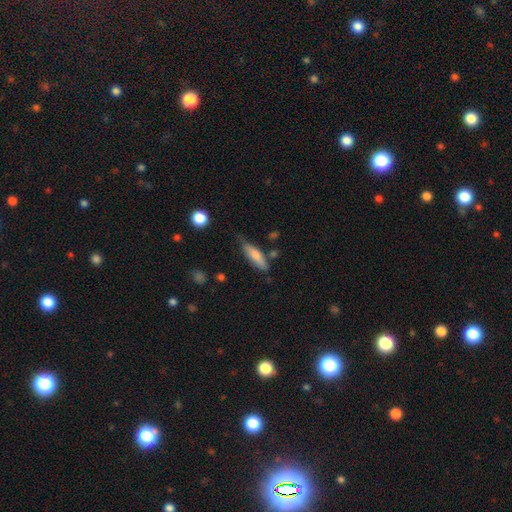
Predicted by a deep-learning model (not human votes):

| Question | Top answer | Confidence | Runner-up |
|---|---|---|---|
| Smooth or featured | smooth | 76% | featured or disk (18%) |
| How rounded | cigar-shaped | 59% | in between (39%) |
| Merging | none | 62% | minor disturbance (27%) |